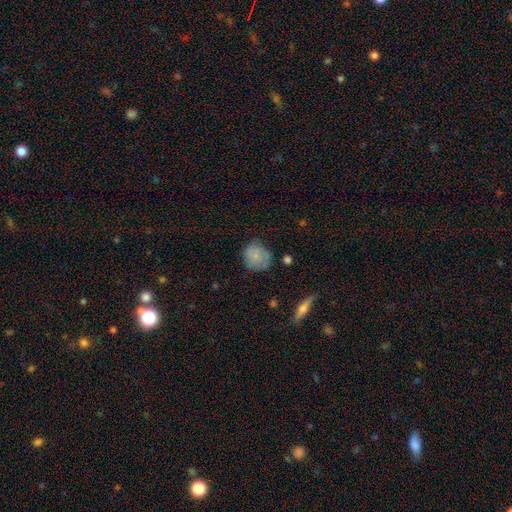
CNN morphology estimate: Q: Smooth or featured?
A: smooth (73%); runner-up: featured or disk (18%)
Q: How rounded?
A: round (79%); runner-up: in between (20%)
Q: Merging?
A: none (65%); runner-up: minor disturbance (26%)